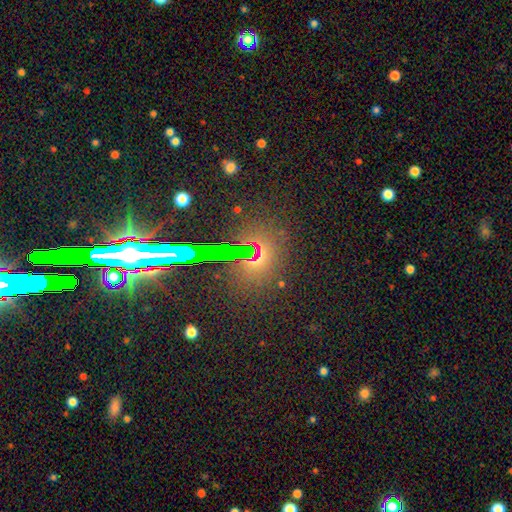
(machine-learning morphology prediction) type=star or artifact (62%).